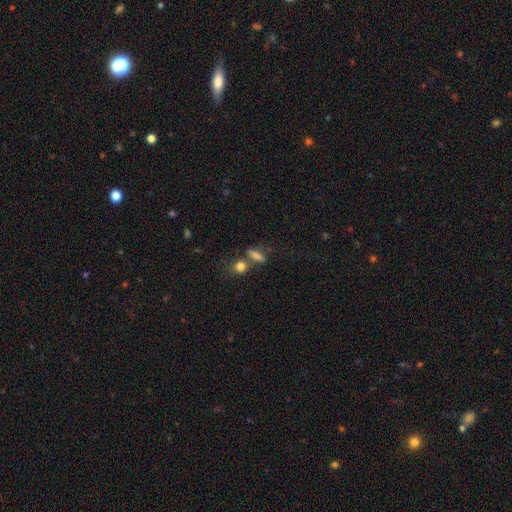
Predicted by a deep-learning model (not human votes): The model was most divided on "merging": none: 49%, merger: 29%, minor disturbance: 14%, major disturbance: 8%. More confident: smooth or featured — smooth (74%); how rounded — in between (55%).